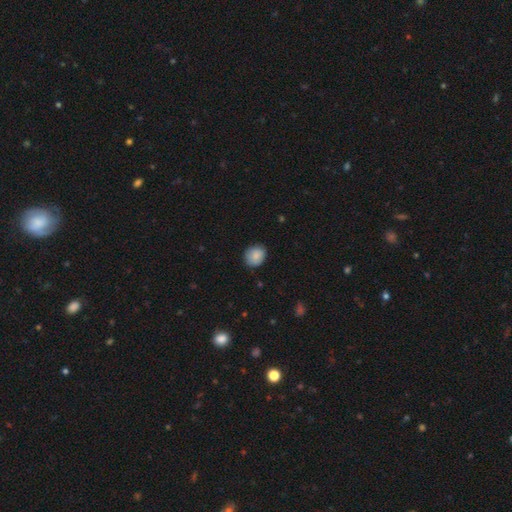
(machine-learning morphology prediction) A smooth galaxy with no disk features (86%) that is round (69%).

Vote fractions:
- Smooth or featured? smooth: 86% / star or artifact: 7% / featured or disk: 7%
- How rounded? round: 69% / in between: 30% / cigar-shaped: 1%
- Merging? none: 81% / minor disturbance: 15% / major disturbance: 2% / merger: 1%